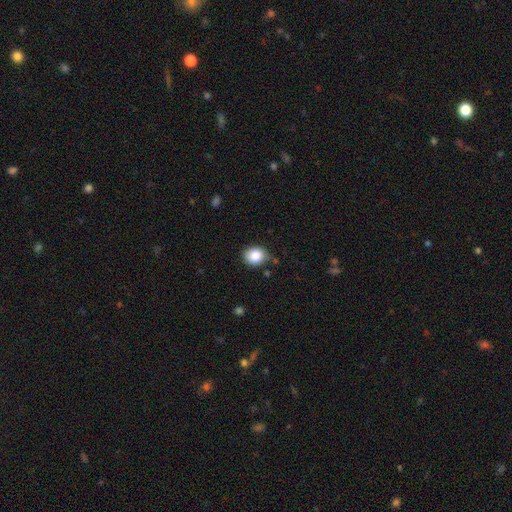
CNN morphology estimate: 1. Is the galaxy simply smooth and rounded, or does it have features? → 86% smooth, 9% star or artifact, 5% featured or disk.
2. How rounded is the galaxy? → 63% round, 36% in between, 1% cigar-shaped.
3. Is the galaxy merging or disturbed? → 79% none, 15% minor disturbance, 3% major disturbance, 3% merger.